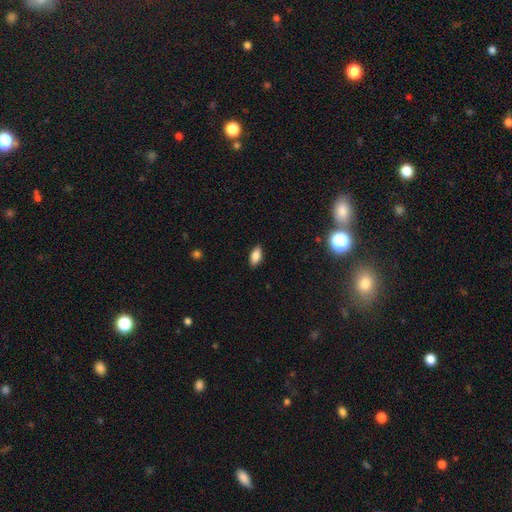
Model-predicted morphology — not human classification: This appears to be a smooth galaxy with no disk features (83%) that is in between round and cigar-shaped (90%). Merging: none (88%).